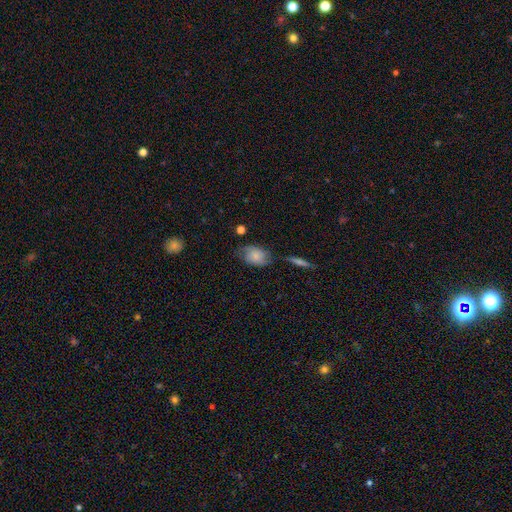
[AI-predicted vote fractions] This is likely a smooth galaxy (67%). How rounded: clearly in between (81%). Merging: possibly none (57%).